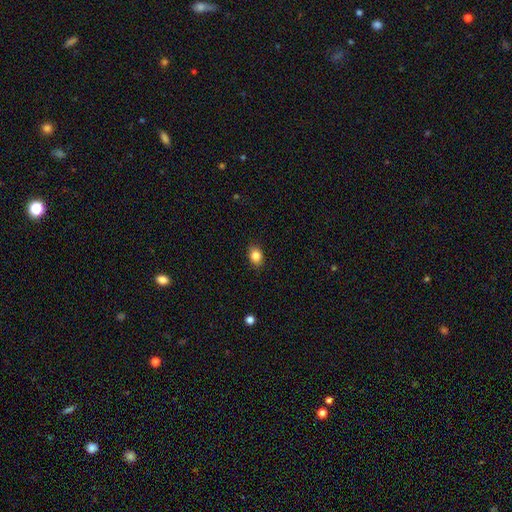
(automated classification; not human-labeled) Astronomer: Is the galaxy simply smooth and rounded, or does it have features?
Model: smooth — 85%.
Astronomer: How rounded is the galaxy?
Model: in between — 65%.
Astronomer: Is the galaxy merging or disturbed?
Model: none — 87%.